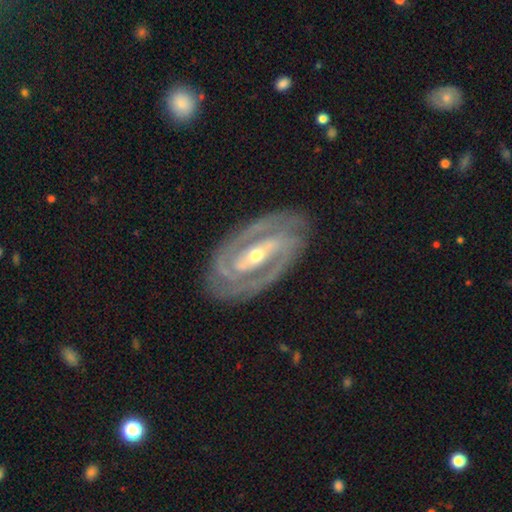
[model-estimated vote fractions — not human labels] featured or disk 91%, smooth 5%, star or artifact 4%. Down the decision tree: edge-on disk — no (95%); bar — strong (63%); spiral arms — yes (95%); spiral arm count — 2 (88%); spiral winding — tight (60%); bulge size — moderate (48%, tied with small); merging — none (85%).